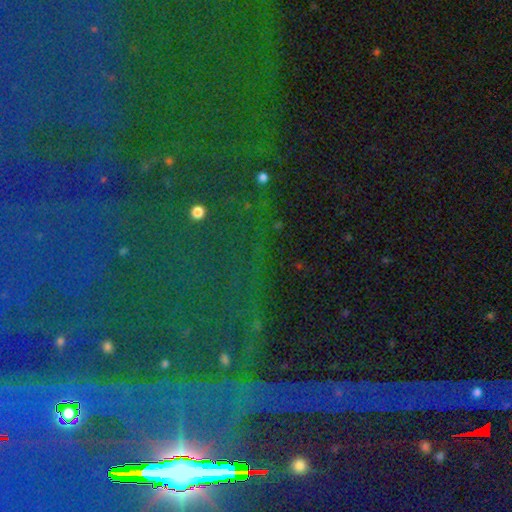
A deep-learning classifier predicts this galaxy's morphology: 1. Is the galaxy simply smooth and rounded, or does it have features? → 81% star or artifact, 10% featured or disk, 9% smooth.